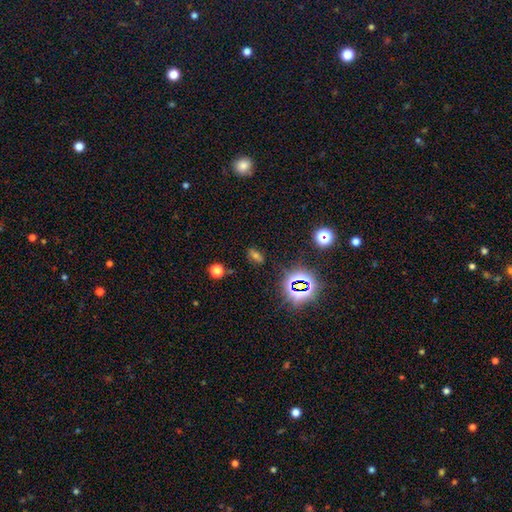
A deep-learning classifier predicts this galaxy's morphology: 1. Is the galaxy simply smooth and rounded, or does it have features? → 43% star or artifact, 42% smooth, 15% featured or disk.